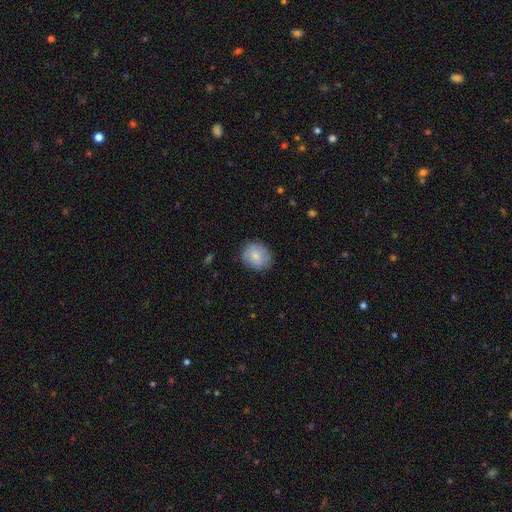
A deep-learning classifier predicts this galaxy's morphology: A smooth galaxy with no disk features (78%) that is round (70%).

Vote fractions:
- Smooth or featured? smooth: 78% / featured or disk: 16% / star or artifact: 7%
- How rounded? round: 70% / in between: 29% / cigar-shaped: 1%
- Merging? none: 82% / minor disturbance: 14% / major disturbance: 3% / merger: 1%